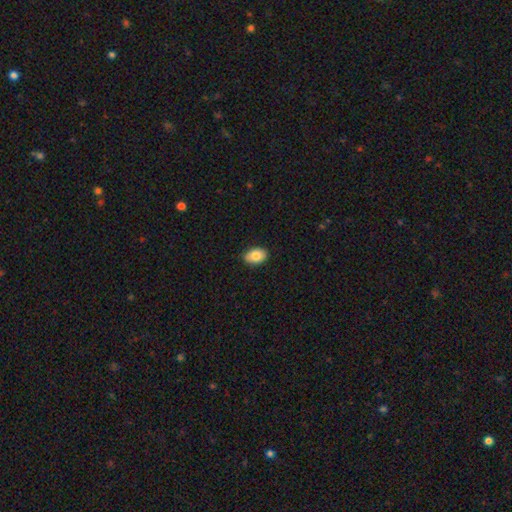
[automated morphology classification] This is clearly a smooth galaxy (83%). How rounded: clearly in between (85%). Merging: clearly none (83%).